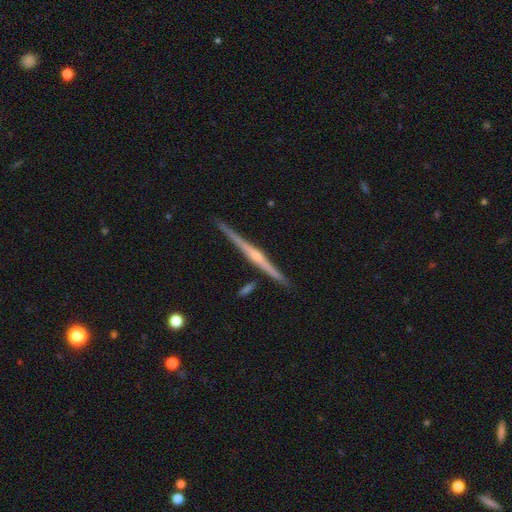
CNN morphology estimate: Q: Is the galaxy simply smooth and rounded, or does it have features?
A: featured or disk — 83%.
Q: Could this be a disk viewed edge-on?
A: yes — 99%.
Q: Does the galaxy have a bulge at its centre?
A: rounded — 73%.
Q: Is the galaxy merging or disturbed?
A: none — 90%.